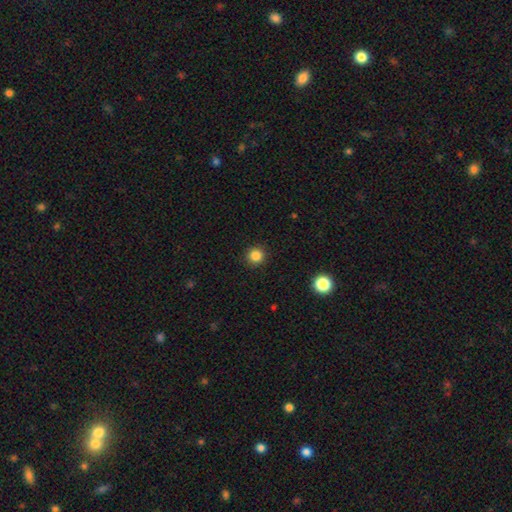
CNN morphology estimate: Overall: smooth (85%). How rounded: round (94%). Merging: none (92%).